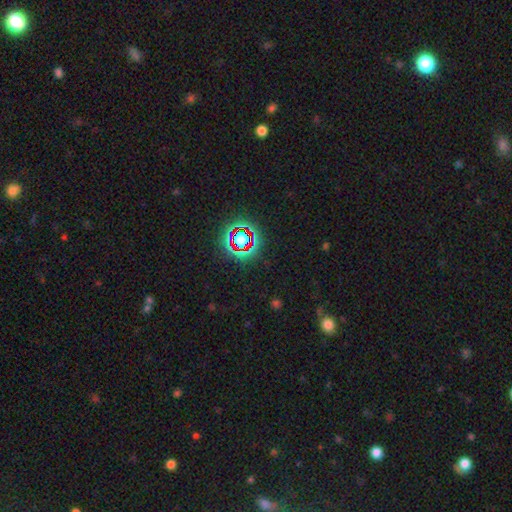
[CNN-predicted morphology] This appears to be a star or artifact, not a galaxy (75%).